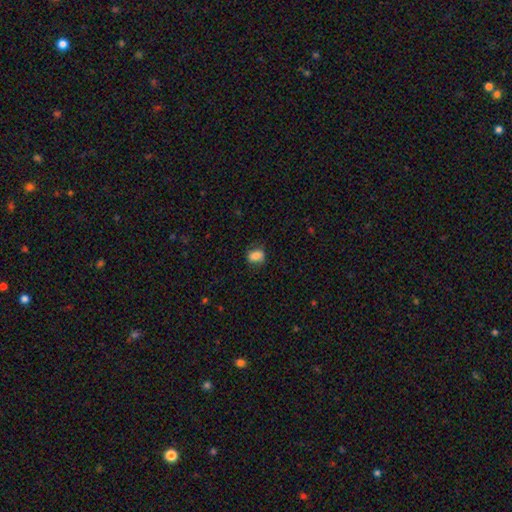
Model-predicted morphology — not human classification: Smooth or featured: smooth — 81% (featured or disk — 10%)
How rounded: in between — 65% (round — 34%)
Merging: none — 74% (minor disturbance — 19%)